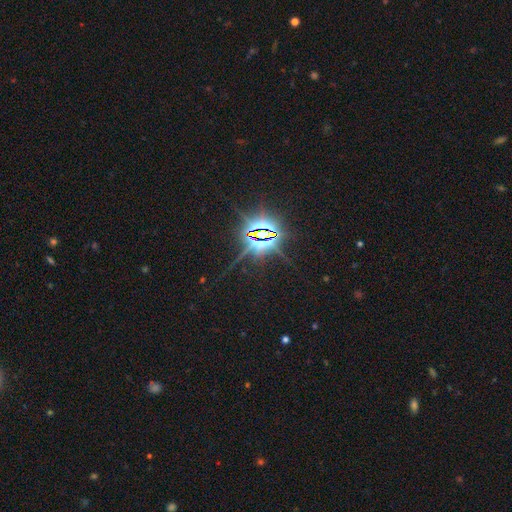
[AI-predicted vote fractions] A star or artifact, not a galaxy (87%).

Vote fractions:
- Smooth or featured? star or artifact: 87% / featured or disk: 7% / smooth: 6%